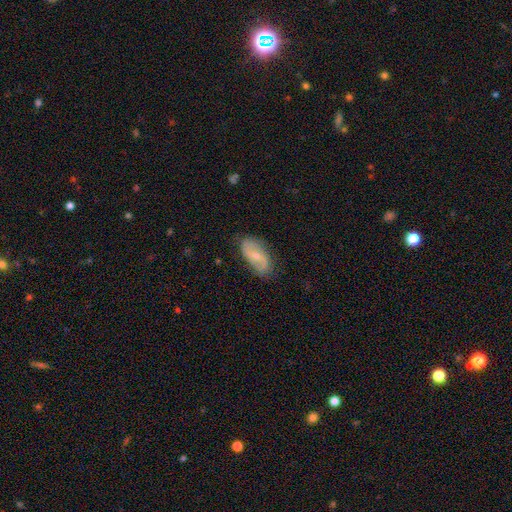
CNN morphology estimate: Q: Smooth or featured?
A: featured or disk (65%); runner-up: smooth (28%)
Q: Edge-on disk?
A: no (94%); runner-up: yes (6%)
Q: Bar?
A: weak (45%); runner-up: no (40%)
Q: Spiral arms?
A: yes (87%); runner-up: no (13%)
Q: Spiral winding?
A: loose (44%); runner-up: medium (38%)
Q: Spiral arm count?
A: 2 (85%); runner-up: can't tell (9%)
Q: Bulge size?
A: small (54%); runner-up: moderate (40%)
Q: Merging?
A: none (76%); runner-up: minor disturbance (18%)